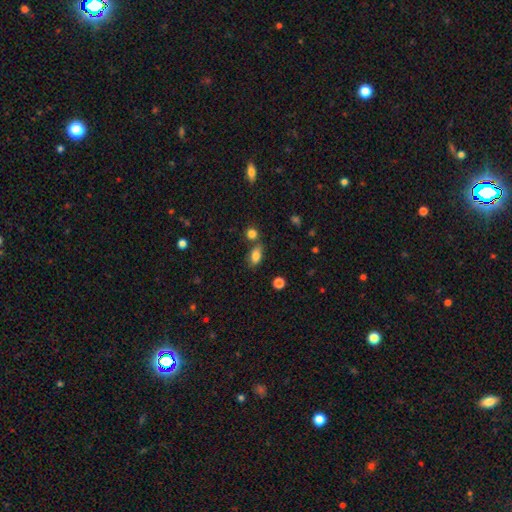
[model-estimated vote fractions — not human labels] A smooth galaxy with no disk features (83%) that is in between round and cigar-shaped (86%). Merging: none (67%).